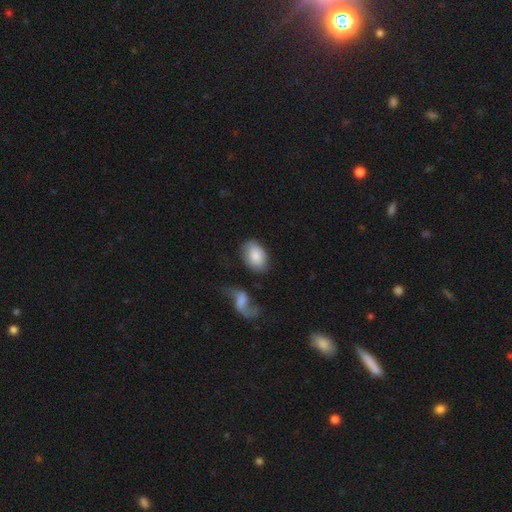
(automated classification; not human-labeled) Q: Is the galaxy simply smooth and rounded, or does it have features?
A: smooth — 83%.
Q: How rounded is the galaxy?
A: in between — 88%.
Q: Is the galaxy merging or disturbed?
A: none — 70%.